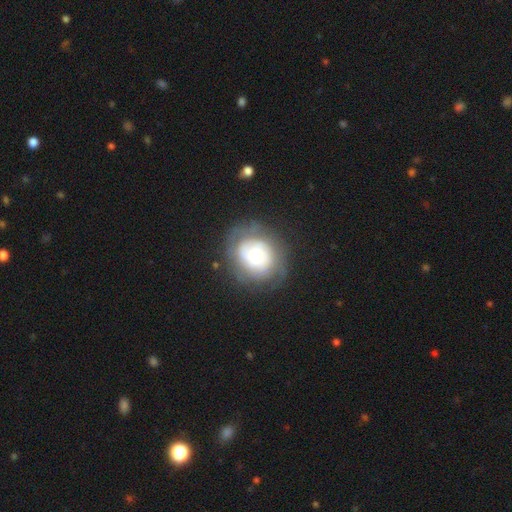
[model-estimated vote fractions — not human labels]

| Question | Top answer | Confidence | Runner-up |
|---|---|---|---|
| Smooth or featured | featured or disk | 52% | smooth (39%) |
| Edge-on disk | no | 97% | yes (3%) |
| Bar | no | 80% | weak (16%) |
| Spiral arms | yes | 75% | no (25%) |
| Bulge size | large | 33% | moderate (32%) |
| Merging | none | 65% | minor disturbance (20%) |